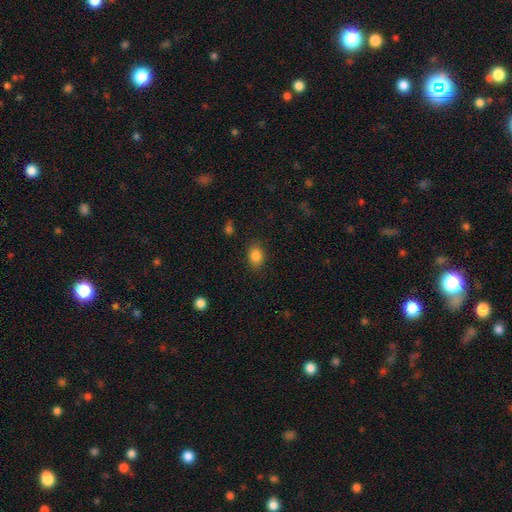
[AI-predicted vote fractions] The model was most divided on "how rounded": in between: 66%, round: 33%, cigar-shaped: 1%. More confident: smooth or featured — smooth (85%); merging — none (84%).